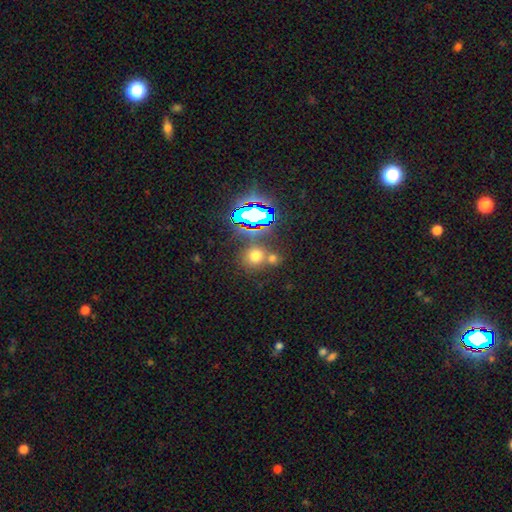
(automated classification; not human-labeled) A smooth galaxy with no disk features (59%) that is round (79%). Merging: none (61%).